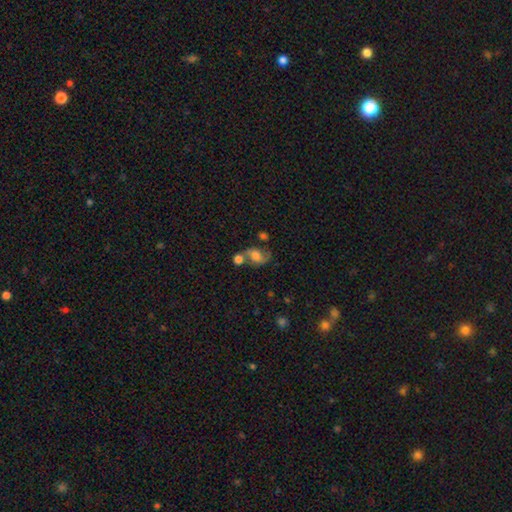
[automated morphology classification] smooth_or_featured: featured or disk (p=0.51) [alt: smooth p=0.37]
disk_edge_on: no (p=0.97) [alt: yes p=0.03]
merging: none (p=0.42) [alt: merger p=0.30]